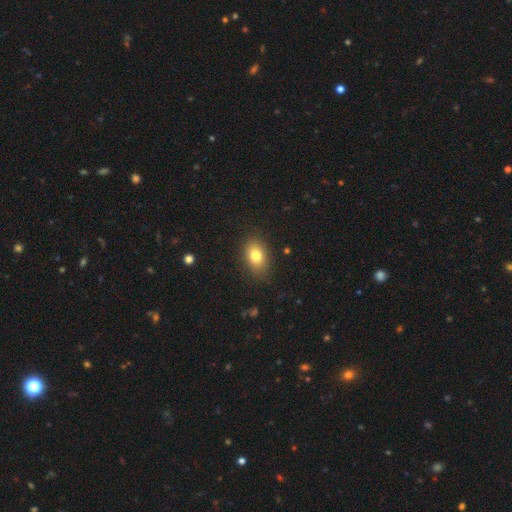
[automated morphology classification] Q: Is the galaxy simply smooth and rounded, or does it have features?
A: smooth — 77%.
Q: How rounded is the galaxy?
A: in between — 76%.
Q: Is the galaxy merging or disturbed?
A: none — 86%.